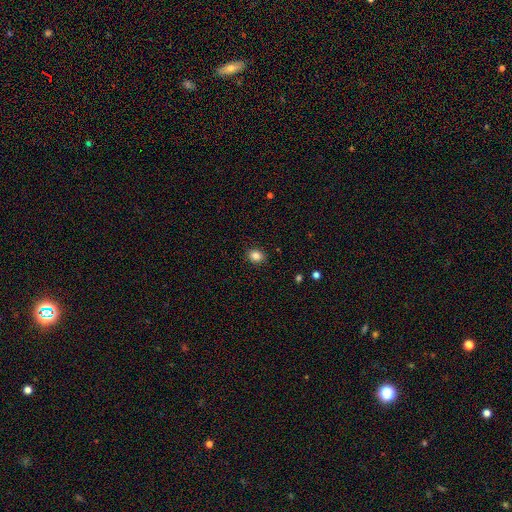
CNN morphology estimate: type=smooth (85%); roundness=round (51%); merging=none (88%).